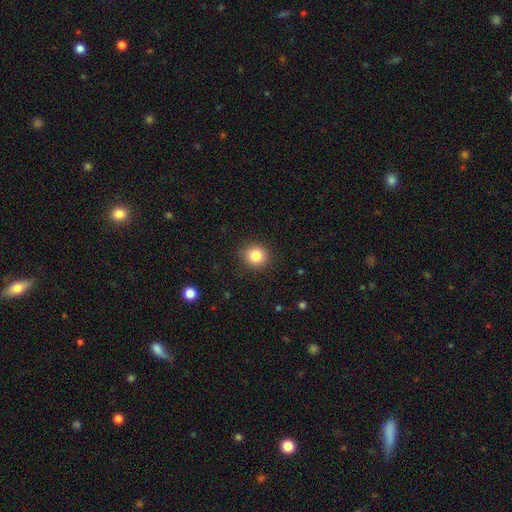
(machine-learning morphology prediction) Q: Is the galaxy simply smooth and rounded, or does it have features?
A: smooth — 84%.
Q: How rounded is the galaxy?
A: round — 87%.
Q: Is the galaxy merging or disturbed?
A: none — 89%.